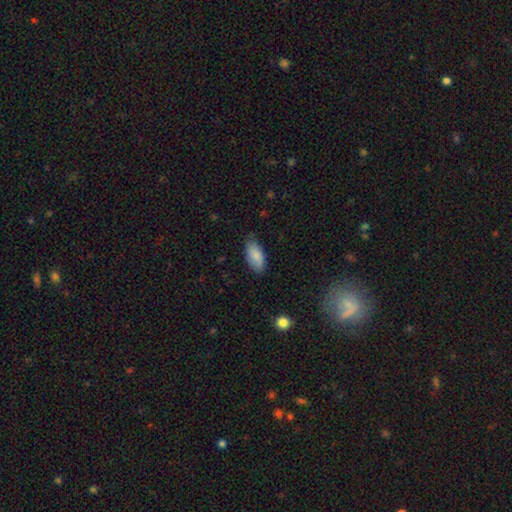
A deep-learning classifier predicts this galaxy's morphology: Overall: smooth (86%). How rounded: in between (92%). Merging: none (79%).